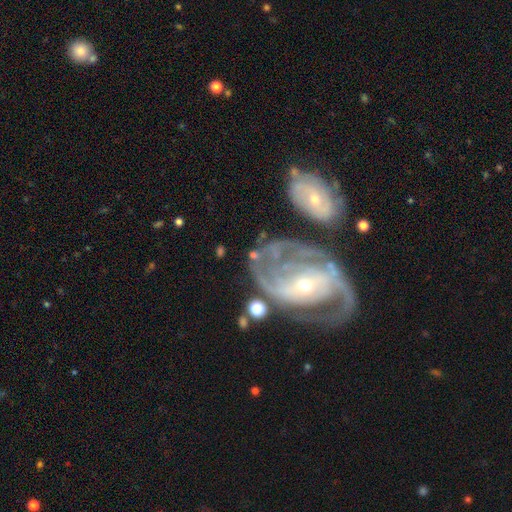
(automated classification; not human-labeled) This is likely a featured or disk galaxy (71%). It is clearly not viewed edge-on (95%). Bar: possibly no (52%). Spiral arm pattern: likely yes (78%). Spiral arm count: marginally 2 (43%). Spiral winding: marginally medium (41%). Central bulge: possibly small (53%). Merging: marginally none (44%).